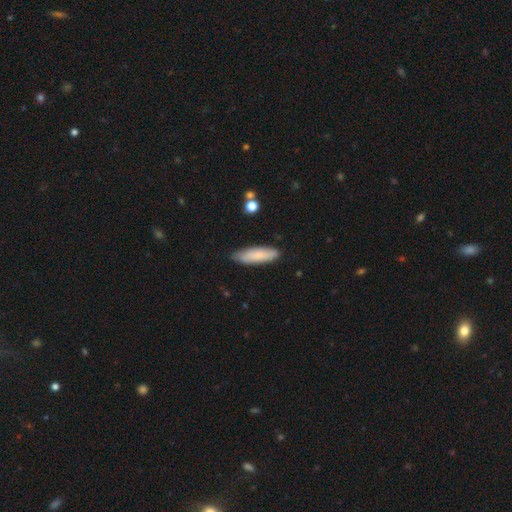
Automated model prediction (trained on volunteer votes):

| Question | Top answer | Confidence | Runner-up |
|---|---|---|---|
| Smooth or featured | smooth | 79% | featured or disk (15%) |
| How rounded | cigar-shaped | 57% | in between (41%) |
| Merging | none | 83% | minor disturbance (14%) |